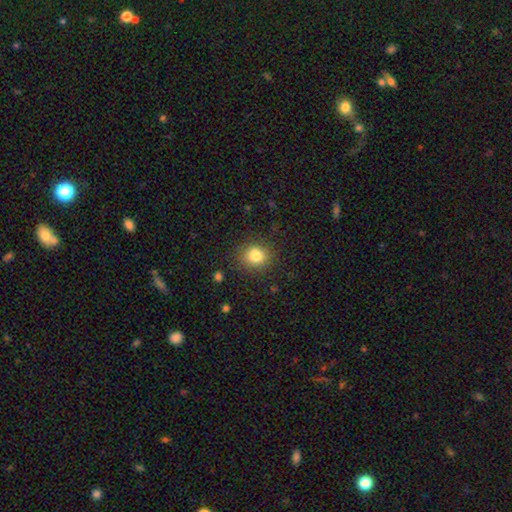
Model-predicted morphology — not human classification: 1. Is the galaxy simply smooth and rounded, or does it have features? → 81% smooth, 12% star or artifact, 7% featured or disk.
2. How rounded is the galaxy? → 73% round, 26% in between, 1% cigar-shaped.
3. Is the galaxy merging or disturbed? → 79% none, 13% minor disturbance, 4% major disturbance, 4% merger.